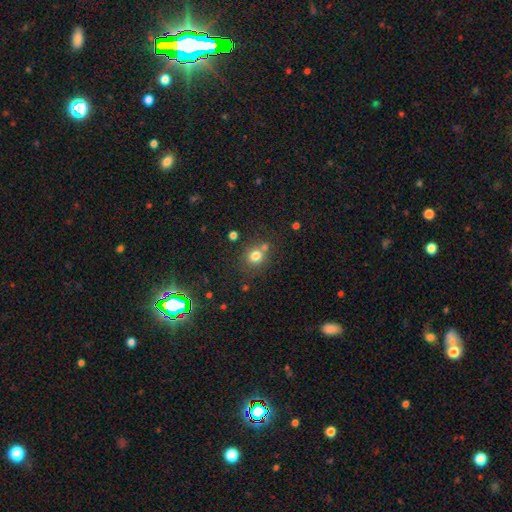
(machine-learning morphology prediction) A smooth galaxy with no disk features (76%) that is round (86%).

Vote fractions:
- Smooth or featured? smooth: 76% / star or artifact: 15% / featured or disk: 9%
- How rounded? round: 86% / in between: 13% / cigar-shaped: 1%
- Merging? none: 64% / merger: 21% / minor disturbance: 10% / major disturbance: 4%